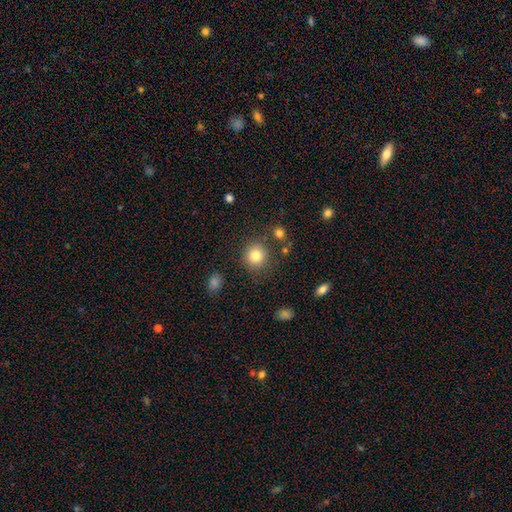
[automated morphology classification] Overall: smooth (82%). How rounded: round (90%). Merging: none (85%).